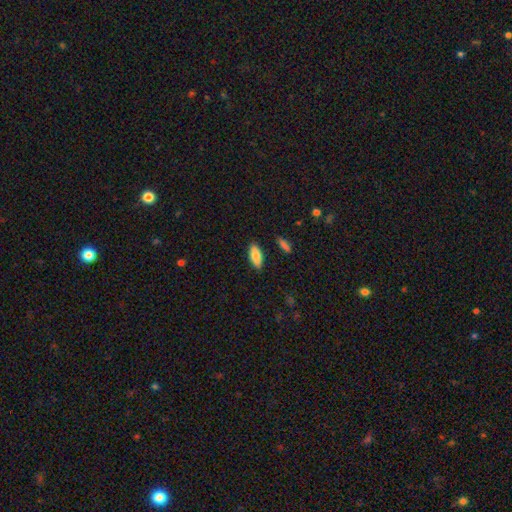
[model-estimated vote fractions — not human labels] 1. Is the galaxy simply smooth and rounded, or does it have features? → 85% smooth, 9% featured or disk, 6% star or artifact.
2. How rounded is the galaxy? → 83% in between, 15% cigar-shaped, 2% round.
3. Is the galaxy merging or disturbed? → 87% none, 10% minor disturbance, 2% major disturbance, 2% merger.